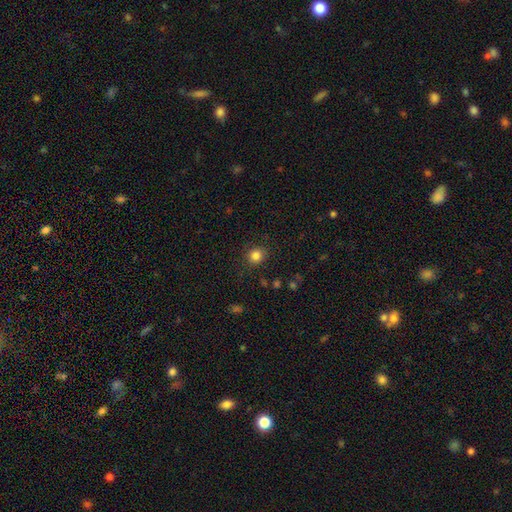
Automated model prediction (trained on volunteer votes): This is clearly a smooth galaxy (83%). How rounded: clearly round (83%). Merging: clearly none (86%).